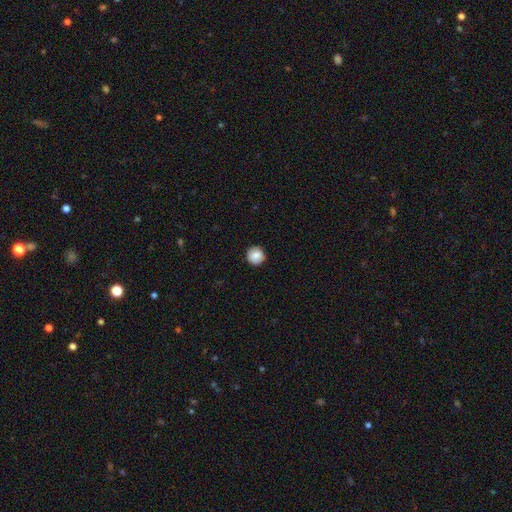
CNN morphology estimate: Overall: smooth (85%). How rounded: round (95%). Merging: none (90%).